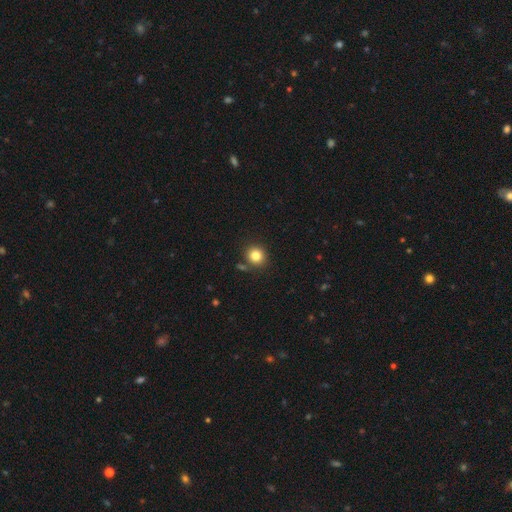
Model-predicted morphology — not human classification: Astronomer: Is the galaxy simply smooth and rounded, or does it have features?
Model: smooth — 83%.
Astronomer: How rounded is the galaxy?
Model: round — 87%.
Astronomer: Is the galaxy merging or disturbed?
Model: none — 84%.